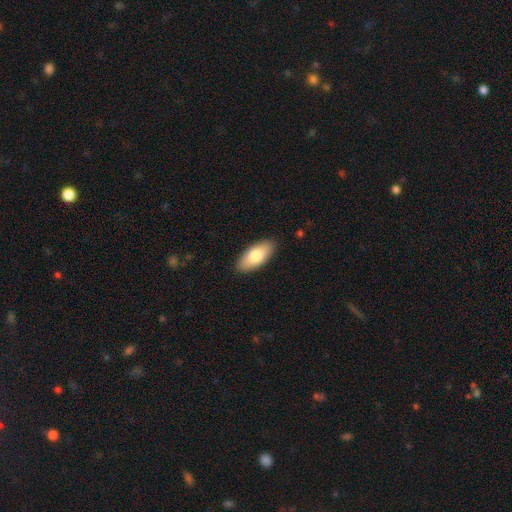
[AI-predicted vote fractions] A smooth galaxy with no disk features (78%) that is in between round and cigar-shaped (89%). Merging: none (89%).